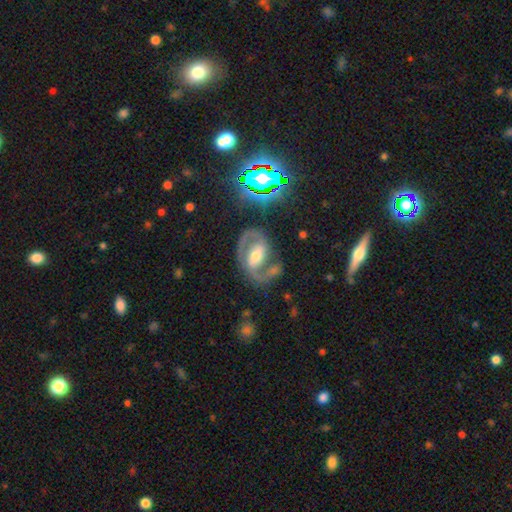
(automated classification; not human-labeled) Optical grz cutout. It shows a featured or disk galaxy (82%) with a strong bar (39%), 2 (88%) medium (57%) spiral arms (92%) and a moderate central bulge (60%). Merging: none (64%).